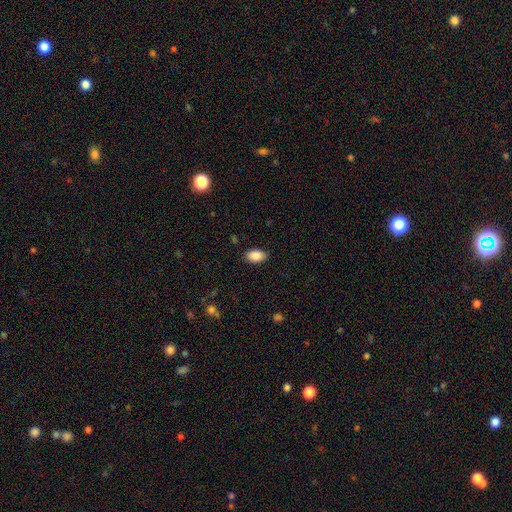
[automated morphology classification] smooth_or_featured: smooth (p=0.89) [alt: star or artifact p=0.07]
how_rounded: in between (p=0.91) [alt: round p=0.07]
merging: none (p=0.87) [alt: minor disturbance p=0.10]